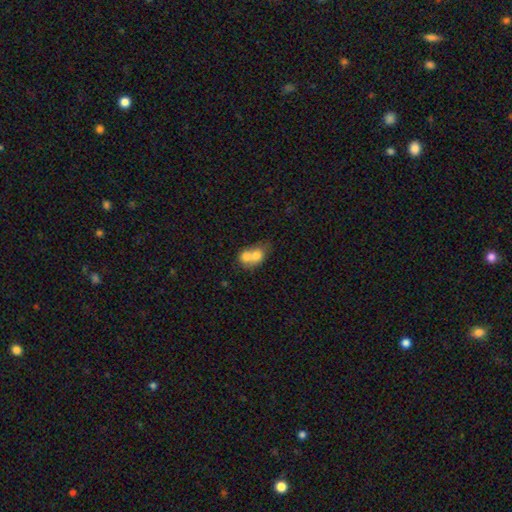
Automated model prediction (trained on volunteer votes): smooth 69%, featured or disk 23%, star or artifact 9%. Down the decision tree: how rounded — round (50%); merging — merger (72%).